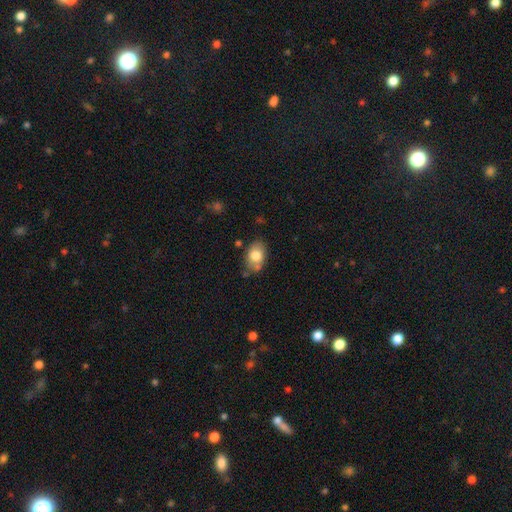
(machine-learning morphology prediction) type=smooth (78%); roundness=in between (80%); merging=none (68%).